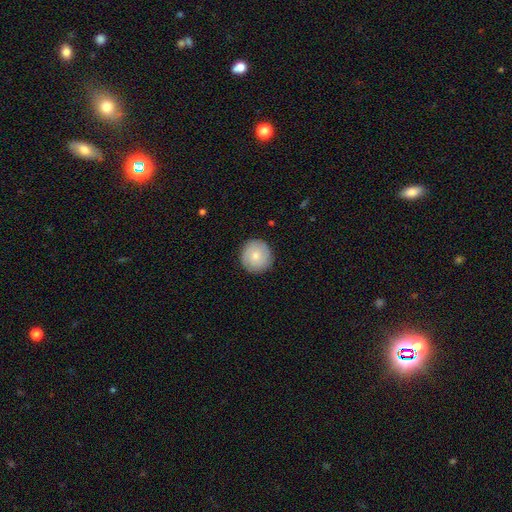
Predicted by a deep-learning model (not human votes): This appears to be a smooth galaxy with no disk features (69%) that is round (94%). Merging: none (89%).